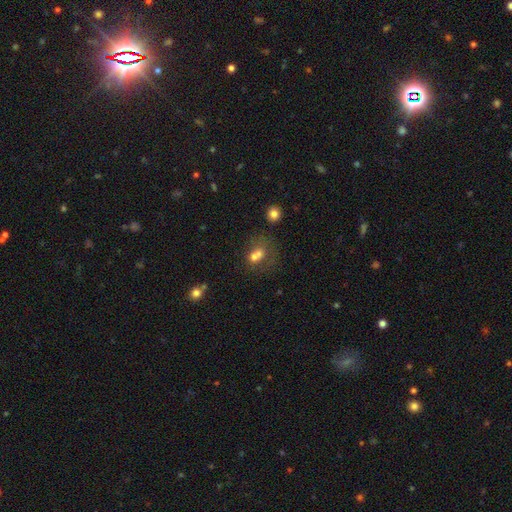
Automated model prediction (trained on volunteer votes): smooth_or_featured: smooth (p=0.64) [alt: featured or disk p=0.21]
how_rounded: round (p=0.49) [tied with: in between p=0.49]
merging: merger (p=0.59) [alt: none p=0.23]